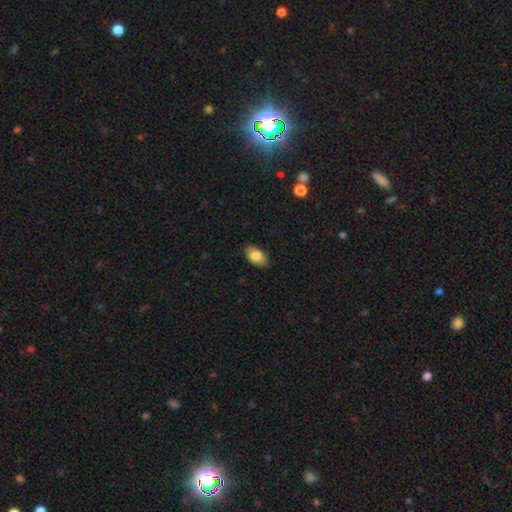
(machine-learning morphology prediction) A smooth galaxy with no disk features (83%) that is in between round and cigar-shaped (92%). Merging: none (86%).